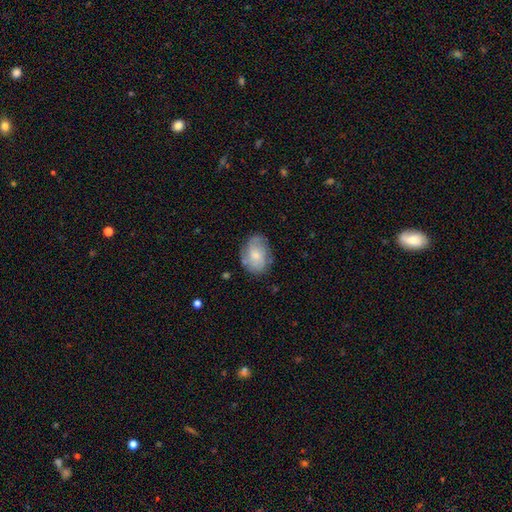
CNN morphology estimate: smooth 59%, featured or disk 34%, star or artifact 7%. Down the decision tree: how rounded — in between (73%); merging — none (70%).